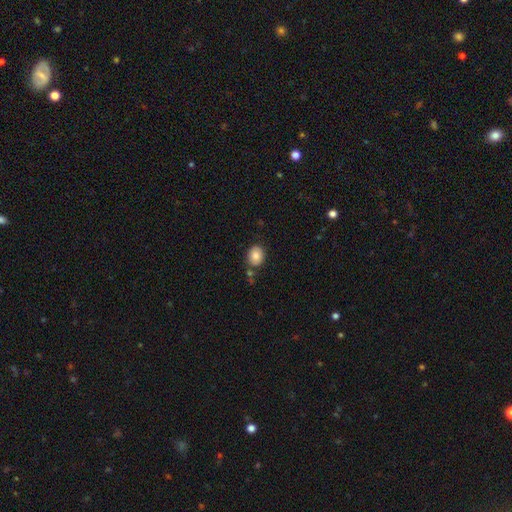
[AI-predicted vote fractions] smooth 83%, featured or disk 9%, star or artifact 8%. Down the decision tree: how rounded — in between (50%); merging — none (77%).